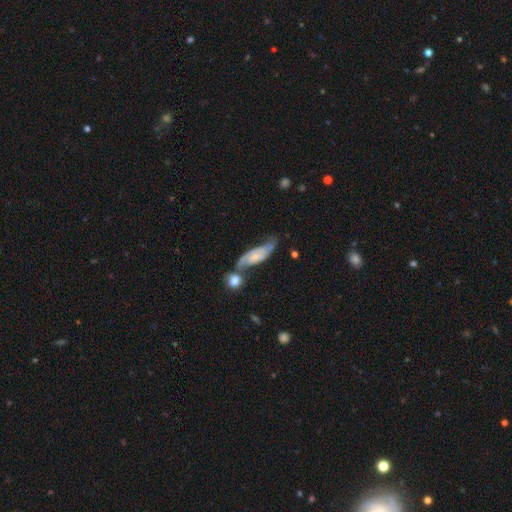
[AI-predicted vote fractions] Smooth or featured? featured or disk (66%)
Edge-on disk? no (85%)
Bar? no (58%)
Spiral arms? yes (89%)
Spiral winding? medium (41%)
Spiral arm count? 2 (84%)
Bulge size? small (42%)
Merging? none (37%)